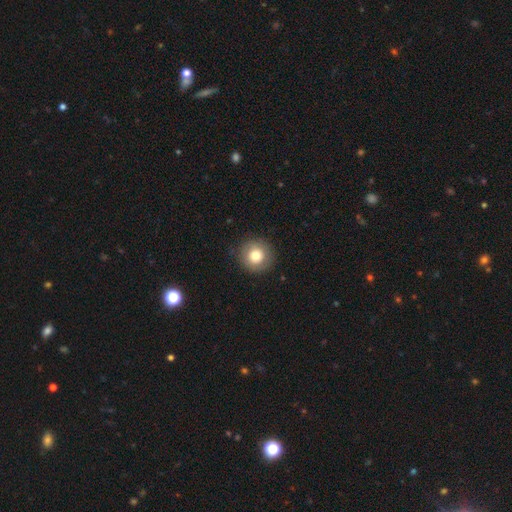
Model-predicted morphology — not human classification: This is likely a smooth galaxy (77%). How rounded: clearly round (94%). Merging: clearly none (89%).